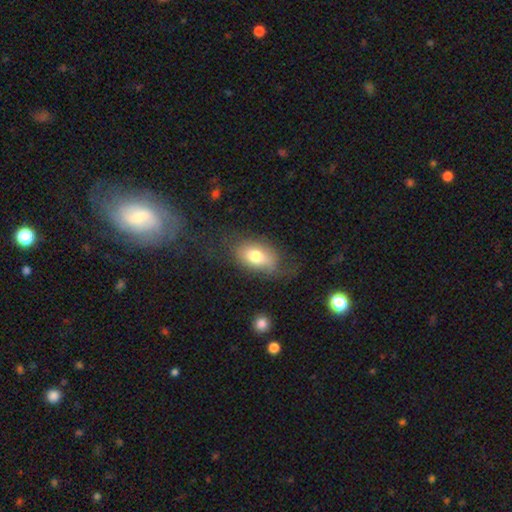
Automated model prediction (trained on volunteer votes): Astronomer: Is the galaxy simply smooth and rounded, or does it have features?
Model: smooth — 72%.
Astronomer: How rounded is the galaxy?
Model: in between — 88%.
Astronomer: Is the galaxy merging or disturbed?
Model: none — 56%.